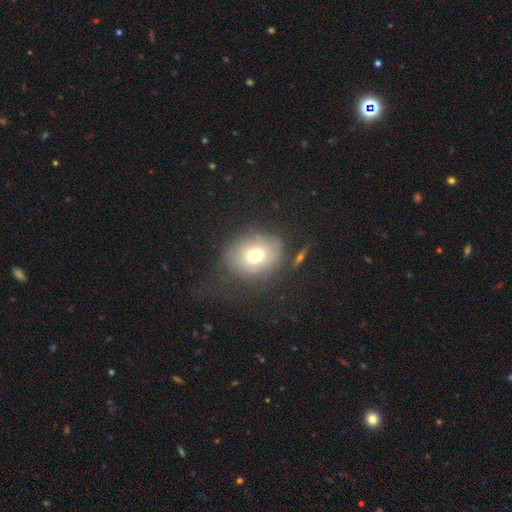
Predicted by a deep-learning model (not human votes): smooth-or-featured: smooth: 71% | featured or disk: 16% | star or artifact: 12%
  how-rounded: round: 61% | in between: 38% | cigar-shaped: 1%
  merging: none: 71% | minor disturbance: 15% | major disturbance: 10% | merger: 4%